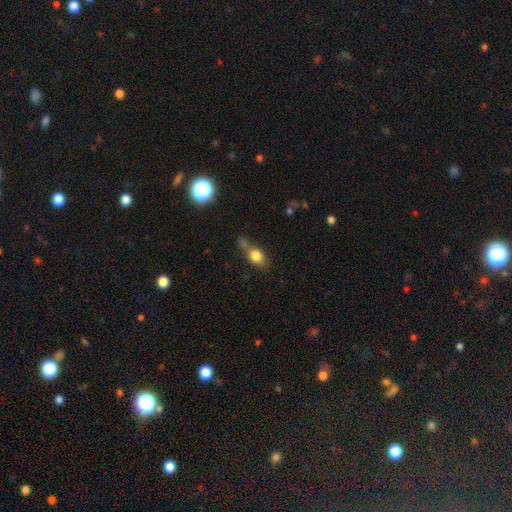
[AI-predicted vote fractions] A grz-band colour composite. It shows a smooth galaxy with no disk features (80%) that is in between round and cigar-shaped (60%). Merging: none (48%).